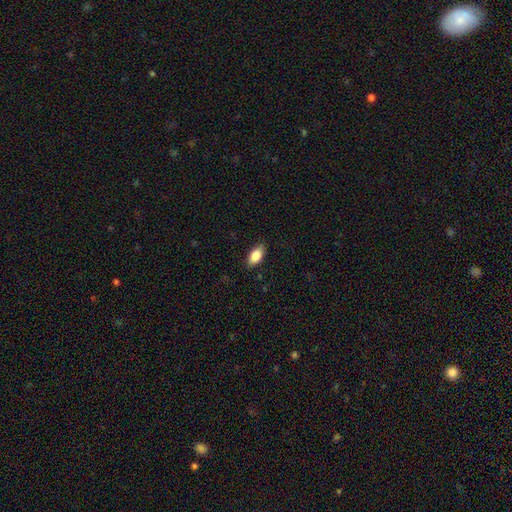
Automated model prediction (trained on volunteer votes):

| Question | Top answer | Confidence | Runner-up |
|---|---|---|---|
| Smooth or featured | smooth | 84% | featured or disk (9%) |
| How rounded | in between | 90% | cigar-shaped (6%) |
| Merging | none | 87% | minor disturbance (10%) |